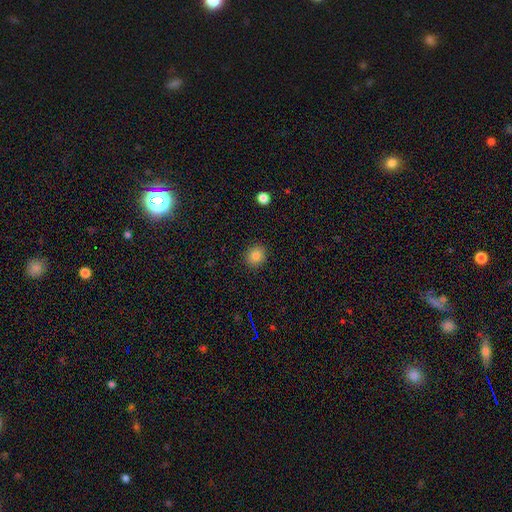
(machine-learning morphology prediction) smooth 83%, star or artifact 11%, featured or disk 6%. Down the decision tree: how rounded — round (78%); merging — none (90%).